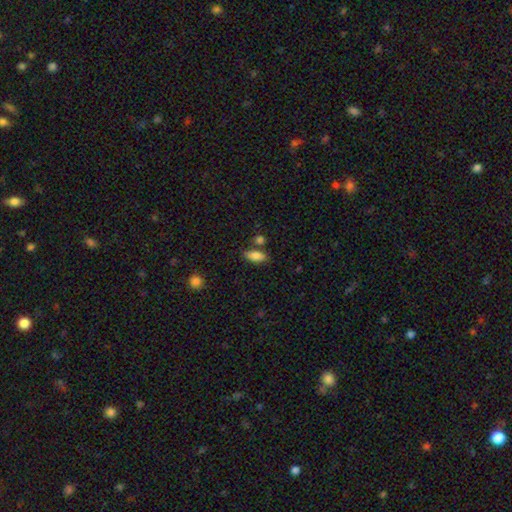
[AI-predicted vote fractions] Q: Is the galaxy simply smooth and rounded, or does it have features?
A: smooth — 84%.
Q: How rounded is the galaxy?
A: in between — 82%.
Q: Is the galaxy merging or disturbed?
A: none — 70%.